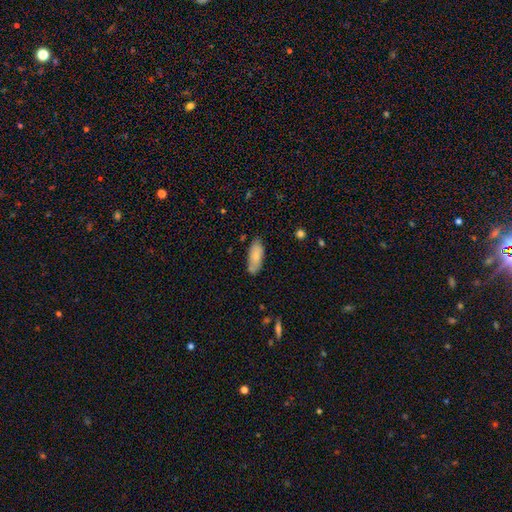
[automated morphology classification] A smooth galaxy with no disk features (82%) that is in between round and cigar-shaped (78%).

Vote fractions:
- Smooth or featured? smooth: 82% / featured or disk: 12% / star or artifact: 6%
- How rounded? in between: 78% / cigar-shaped: 20% / round: 2%
- Merging? none: 74% / minor disturbance: 20% / major disturbance: 4% / merger: 3%